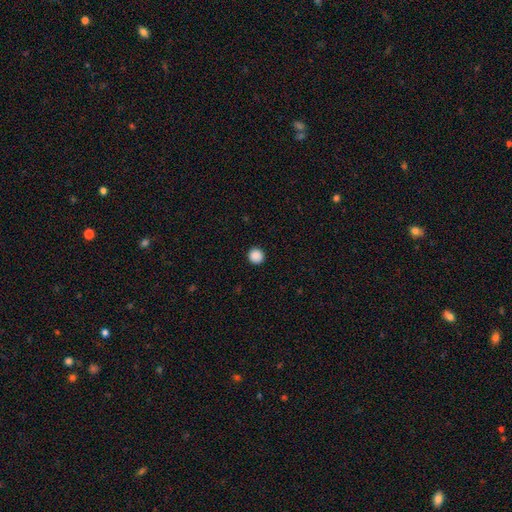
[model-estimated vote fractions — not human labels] This appears to be a smooth galaxy with no disk features (89%) that is round (94%). Merging: none (93%).